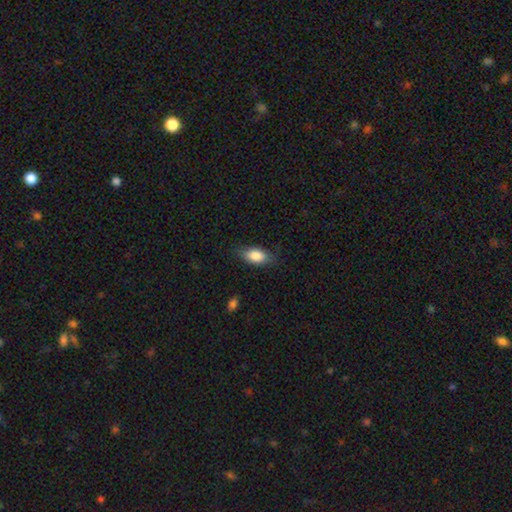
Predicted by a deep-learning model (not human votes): This is clearly a smooth galaxy (85%). How rounded: clearly in between (89%). Merging: likely none (77%).